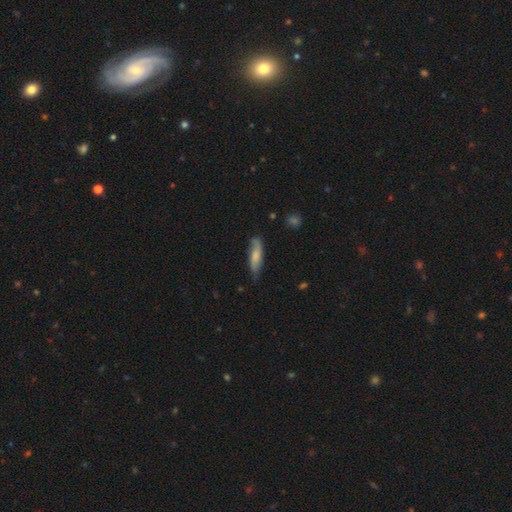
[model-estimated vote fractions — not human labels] Q: Smooth or featured?
A: smooth (60%); runner-up: featured or disk (34%)
Q: How rounded?
A: cigar-shaped (59%); runner-up: in between (39%)
Q: Merging?
A: none (65%); runner-up: minor disturbance (27%)